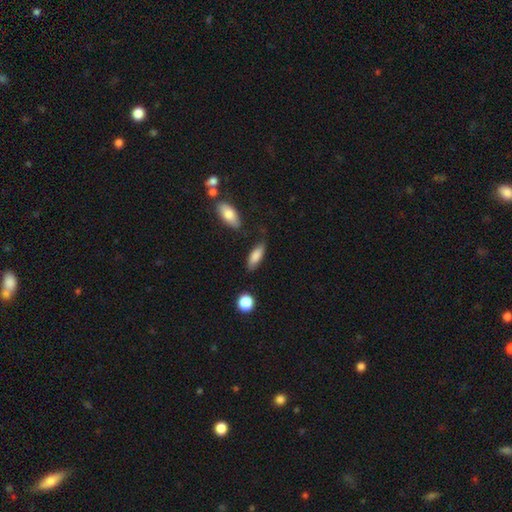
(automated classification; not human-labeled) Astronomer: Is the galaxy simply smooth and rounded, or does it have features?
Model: smooth — 82%.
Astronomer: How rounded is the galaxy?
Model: in between — 70%.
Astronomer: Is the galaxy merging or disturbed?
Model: none — 71%.